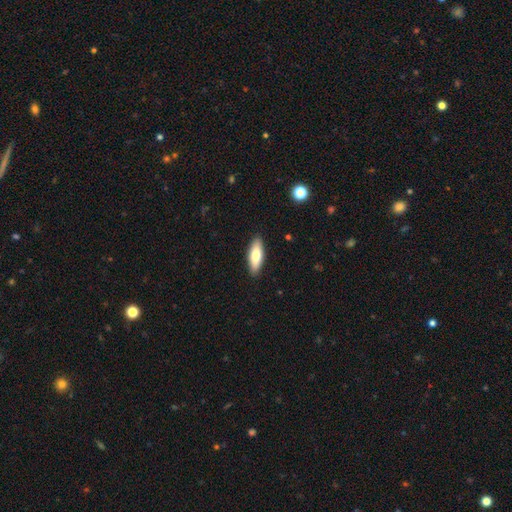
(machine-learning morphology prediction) type=smooth (75%); roundness=in between (62%); merging=none (89%).